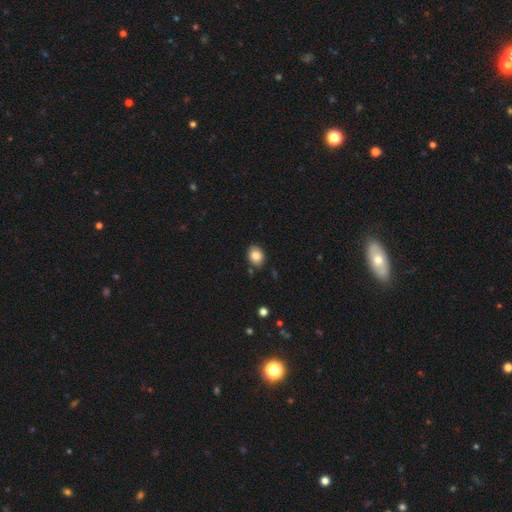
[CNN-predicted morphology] This is clearly a smooth galaxy (84%). How rounded: possibly in between (55%). Merging: clearly none (85%).